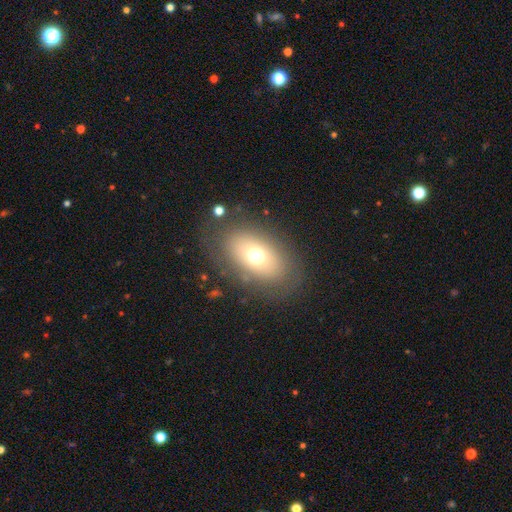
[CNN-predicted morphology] smooth-or-featured: smooth: 64% | featured or disk: 22% | star or artifact: 14%
  how-rounded: in between: 79% | round: 20% | cigar-shaped: 2%
  merging: none: 79% | minor disturbance: 11% | major disturbance: 8% | merger: 2%